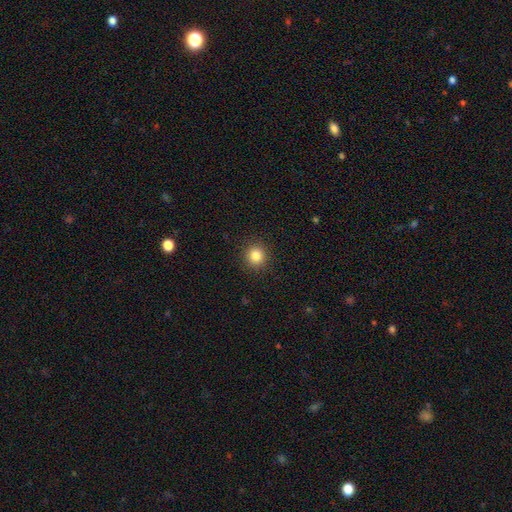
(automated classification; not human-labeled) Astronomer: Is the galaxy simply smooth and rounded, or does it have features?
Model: smooth — 85%.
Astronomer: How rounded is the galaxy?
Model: round — 92%.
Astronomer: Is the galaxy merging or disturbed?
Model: none — 92%.